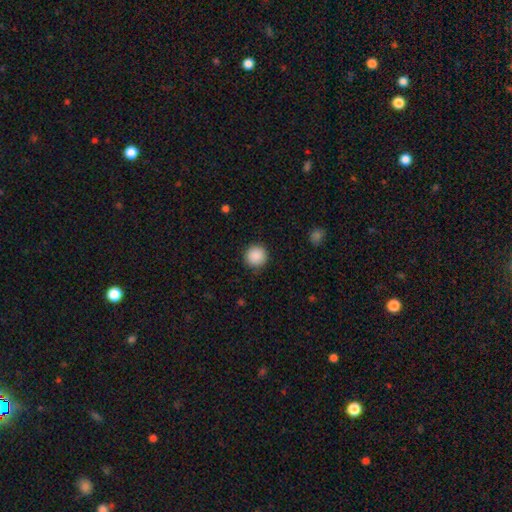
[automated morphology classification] Overall: smooth (89%). How rounded: round (95%). Merging: none (90%).